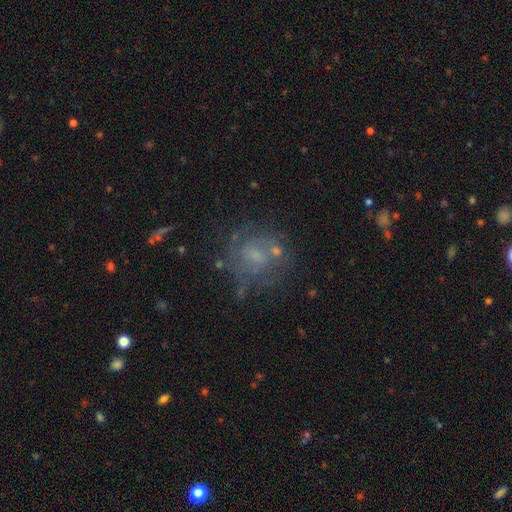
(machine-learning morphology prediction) A featured or disk galaxy (51%). Merging: none (57%).